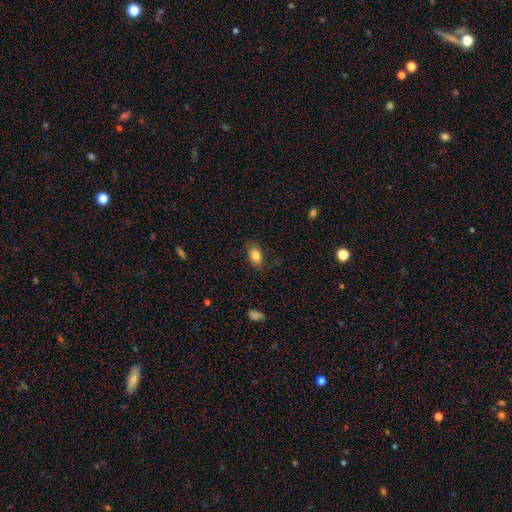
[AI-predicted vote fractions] Q: Smooth or featured?
A: smooth (84%); runner-up: featured or disk (8%)
Q: How rounded?
A: in between (88%); runner-up: round (8%)
Q: Merging?
A: none (81%); runner-up: minor disturbance (14%)